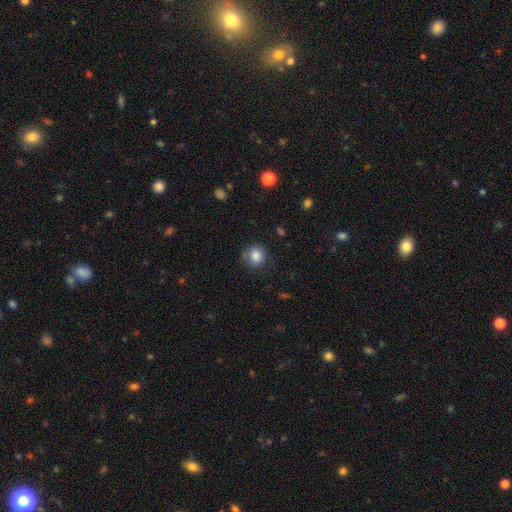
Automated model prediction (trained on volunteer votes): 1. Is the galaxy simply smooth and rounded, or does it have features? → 83% smooth, 10% star or artifact, 7% featured or disk.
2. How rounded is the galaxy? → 84% round, 15% in between, 1% cigar-shaped.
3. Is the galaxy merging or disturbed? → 76% none, 17% minor disturbance, 5% major disturbance, 2% merger.